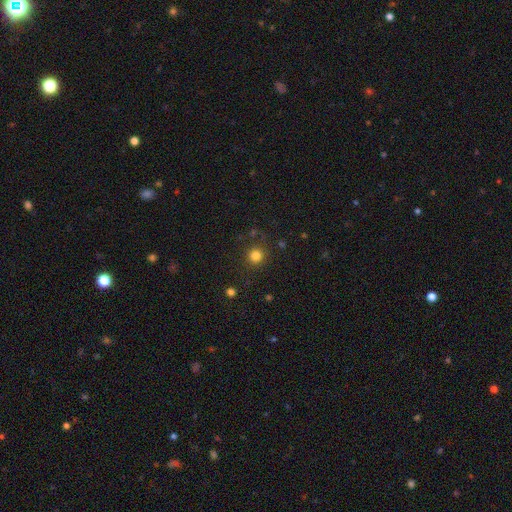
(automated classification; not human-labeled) The model was most divided on "smooth or featured": smooth: 81%, star or artifact: 14%, featured or disk: 5%. More confident: how rounded — round (94%); merging — none (88%).